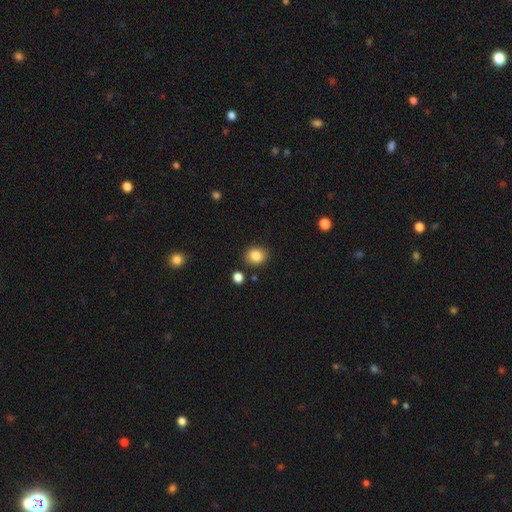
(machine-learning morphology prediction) smooth-or-featured: smooth: 85% | star or artifact: 9% | featured or disk: 5%
  how-rounded: round: 65% | in between: 34% | cigar-shaped: 1%
  merging: none: 85% | minor disturbance: 9% | merger: 4% | major disturbance: 2%